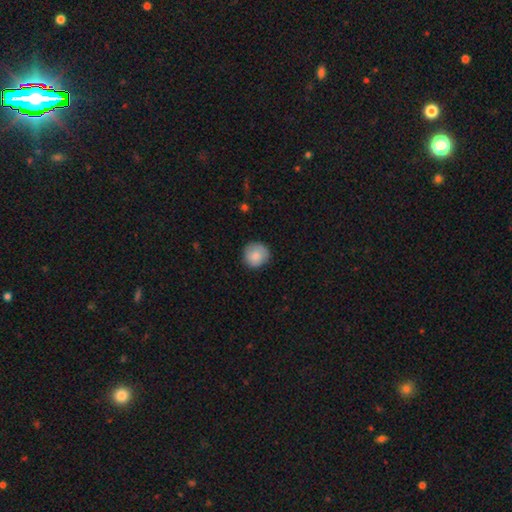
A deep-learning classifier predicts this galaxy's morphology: A smooth galaxy with no disk features (85%) that is round (92%).

Vote fractions:
- Smooth or featured? smooth: 85% / featured or disk: 8% / star or artifact: 7%
- How rounded? round: 92% / in between: 7% / cigar-shaped: 1%
- Merging? none: 82% / minor disturbance: 14% / major disturbance: 3% / merger: 1%